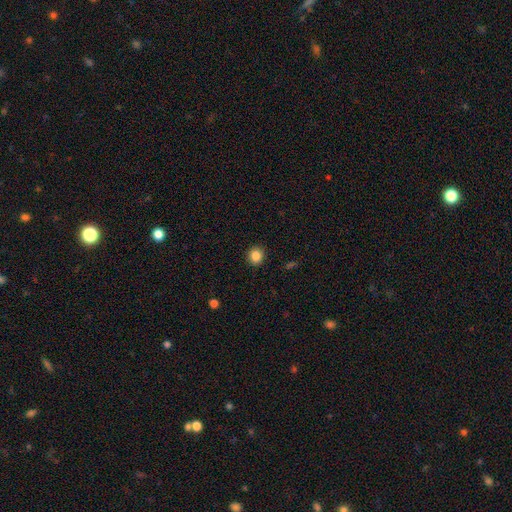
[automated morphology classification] type=smooth (85%); roundness=round (88%); merging=none (92%).